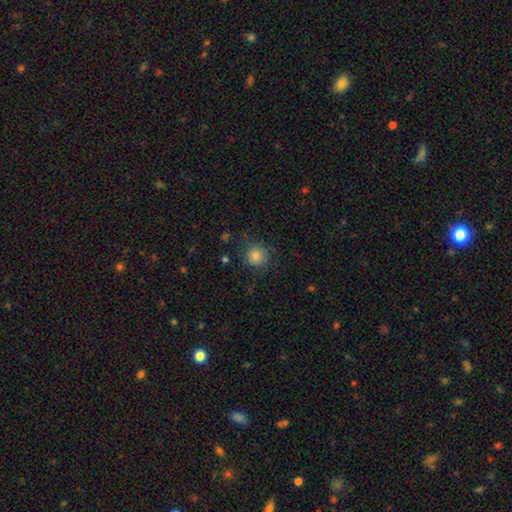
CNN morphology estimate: Smooth or featured? smooth (80%)
How rounded? round (92%)
Merging? none (78%)